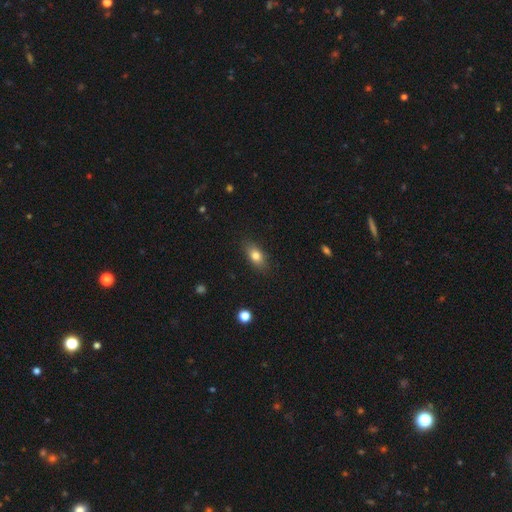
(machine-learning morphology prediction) smooth_or_featured: smooth (p=0.79) [alt: featured or disk p=0.12]
how_rounded: in between (p=0.82) [alt: round p=0.10]
merging: none (p=0.85) [alt: minor disturbance p=0.11]